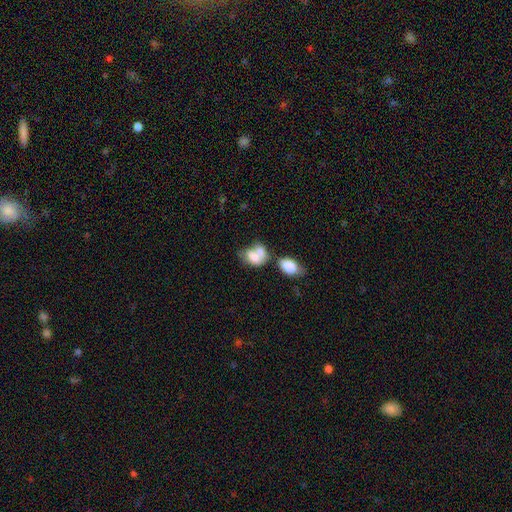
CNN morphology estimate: type=smooth (71%); roundness=in between (81%); merging=merger (63%).